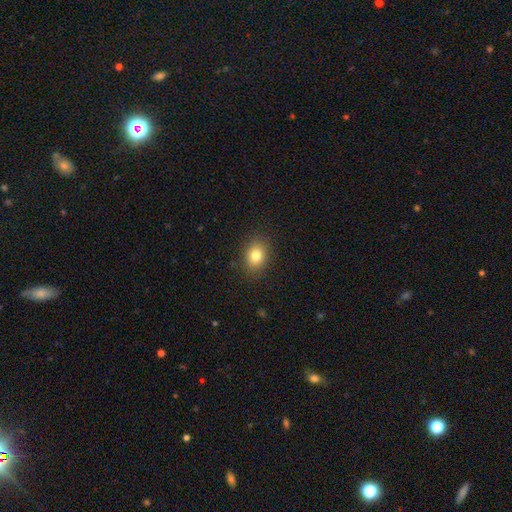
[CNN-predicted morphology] Overall: smooth (80%). How rounded: in between (59%; round 40%). Merging: none (87%).